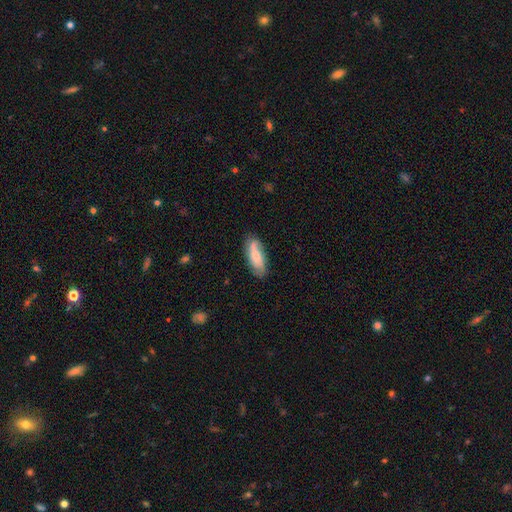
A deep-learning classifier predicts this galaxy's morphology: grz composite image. It shows a smooth galaxy with no disk features (63%) that is in between round and cigar-shaped (71%). Merging: none (72%).